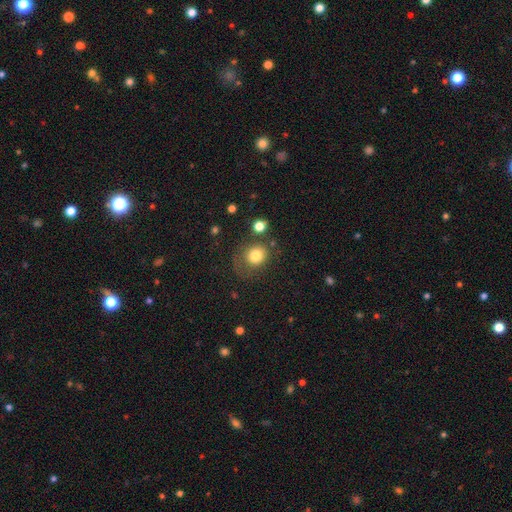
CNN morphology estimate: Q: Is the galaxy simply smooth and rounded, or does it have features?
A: smooth — 79%.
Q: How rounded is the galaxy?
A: round — 73%.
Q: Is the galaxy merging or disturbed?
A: none — 59%.